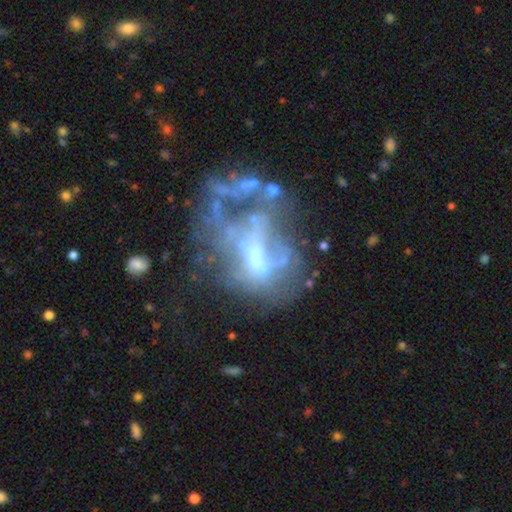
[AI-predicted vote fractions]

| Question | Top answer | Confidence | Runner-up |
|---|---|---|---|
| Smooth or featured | featured or disk | 66% | smooth (17%) |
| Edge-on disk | no | 97% | yes (3%) |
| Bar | no | 72% | weak (19%) |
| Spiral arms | no | 84% | yes (16%) |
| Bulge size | none | 37% | moderate (33%) |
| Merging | major disturbance | 42% | none (24%) |